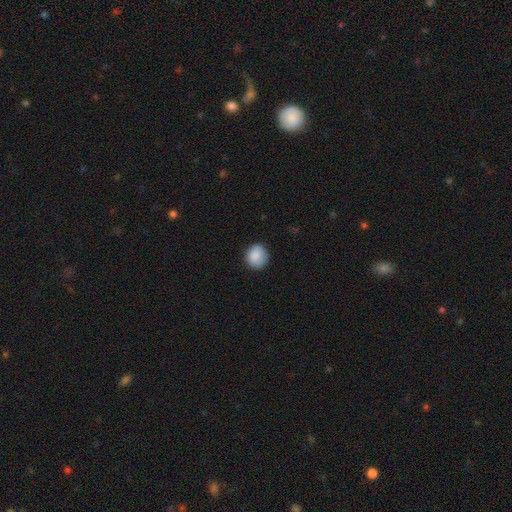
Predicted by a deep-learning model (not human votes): Morphology: type=smooth (87%); roundness=round (84%); merging=none (83%).